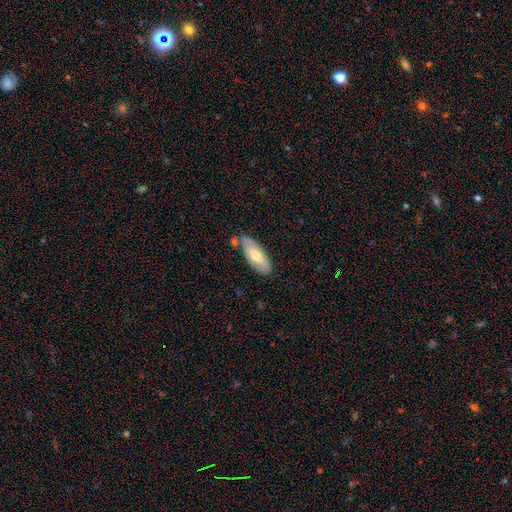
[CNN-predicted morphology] smooth 56%, featured or disk 38%, star or artifact 6%. Down the decision tree: how rounded — in between (77%); merging — none (71%).